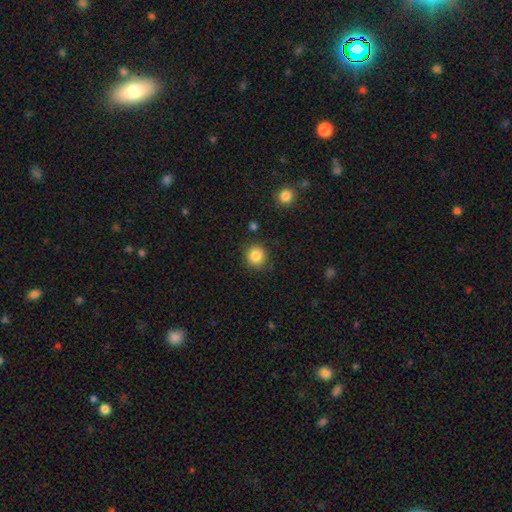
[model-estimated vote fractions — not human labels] smooth-or-featured: smooth: 86% | star or artifact: 10% | featured or disk: 4%
  how-rounded: round: 92% | in between: 7% | cigar-shaped: 1%
  merging: none: 88% | minor disturbance: 8% | major disturbance: 3% | merger: 2%